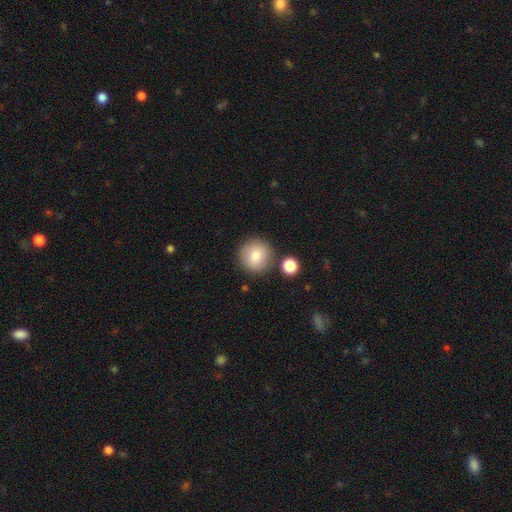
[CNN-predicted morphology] smooth_or_featured: smooth (p=0.81) [alt: featured or disk p=0.10]
how_rounded: round (p=0.95) [alt: in between p=0.04]
merging: none (p=0.82) [alt: minor disturbance p=0.08]